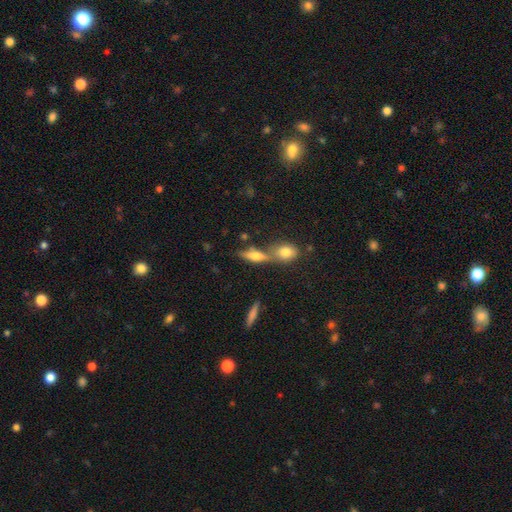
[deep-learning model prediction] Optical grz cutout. It shows a smooth galaxy with no disk features (52%) that is in between round and cigar-shaped (47%). Merging: none (46%).